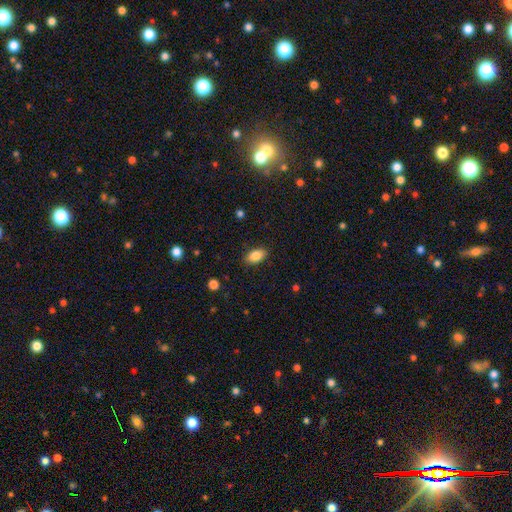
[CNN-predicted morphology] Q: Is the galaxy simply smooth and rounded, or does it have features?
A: smooth — 86%.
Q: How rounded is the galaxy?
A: in between — 91%.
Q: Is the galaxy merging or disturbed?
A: none — 87%.